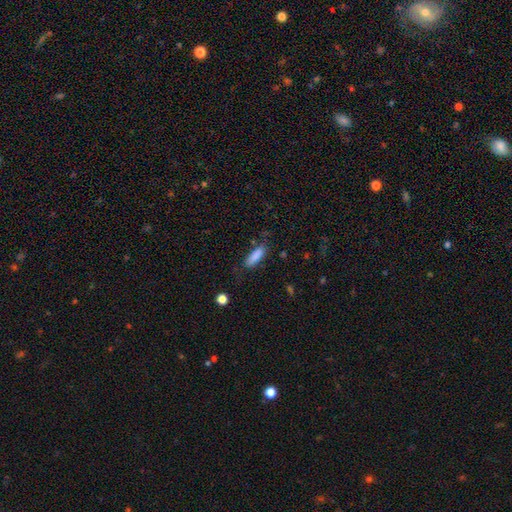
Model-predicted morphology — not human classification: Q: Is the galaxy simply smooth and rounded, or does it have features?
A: smooth — 85%.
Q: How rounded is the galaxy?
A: cigar-shaped — 51%.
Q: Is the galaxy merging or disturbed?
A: none — 74%.